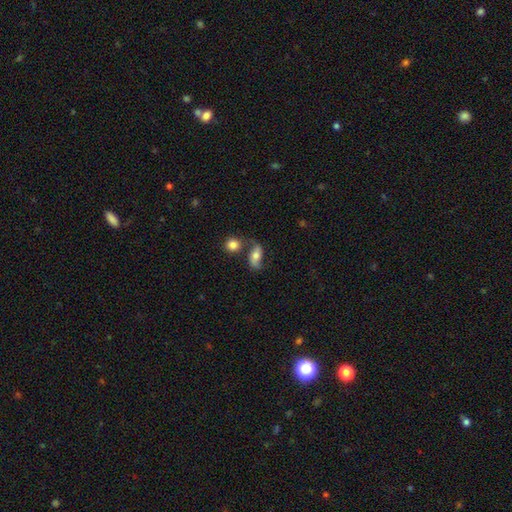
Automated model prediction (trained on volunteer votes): Smooth or featured? Predicted: featured or disk (p=0.48). Merging? Predicted: none (p=0.54).